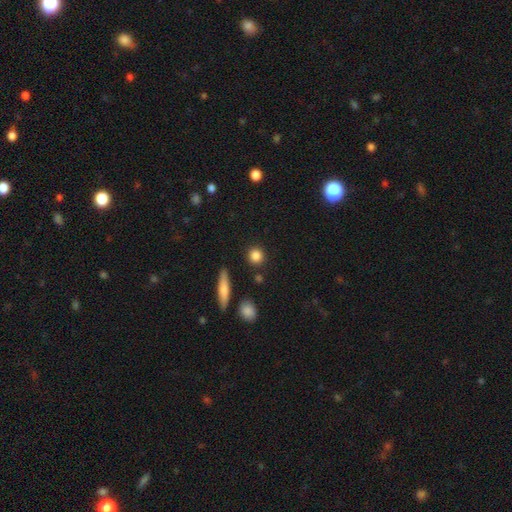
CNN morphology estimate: This appears to be a smooth galaxy with no disk features (84%) that is round (88%). Merging: none (88%).